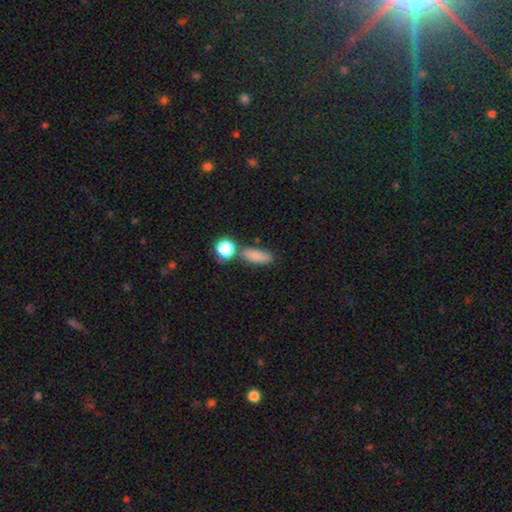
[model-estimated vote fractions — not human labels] The model was most divided on "how rounded": in between: 59%, cigar-shaped: 30%, round: 11%. More confident: smooth or featured — smooth (82%); merging — none (67%).